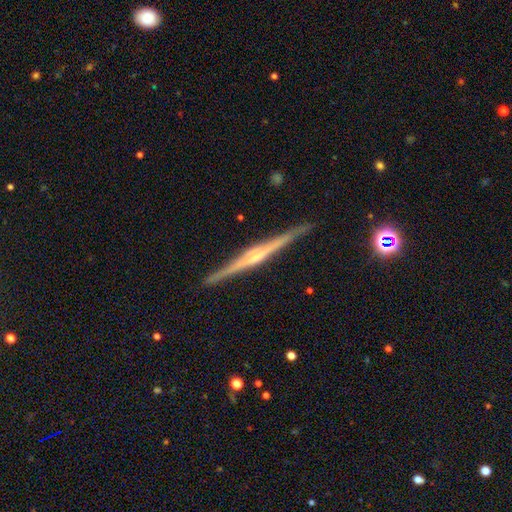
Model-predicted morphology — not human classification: Q: Smooth or featured?
A: featured or disk (84%); runner-up: smooth (11%)
Q: Edge-on disk?
A: yes (98%); runner-up: no (2%)
Q: Edge-on bulge?
A: rounded (66%); runner-up: boxy (18%)
Q: Merging?
A: none (91%); runner-up: minor disturbance (7%)